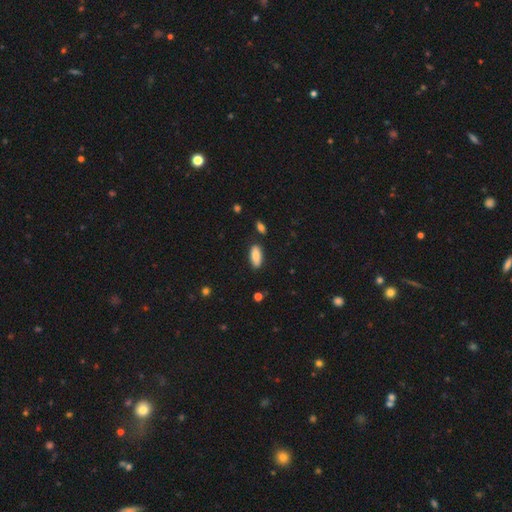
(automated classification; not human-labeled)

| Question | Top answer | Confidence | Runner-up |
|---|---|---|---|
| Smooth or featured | smooth | 87% | featured or disk (7%) |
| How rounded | in between | 78% | cigar-shaped (20%) |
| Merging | none | 83% | minor disturbance (11%) |